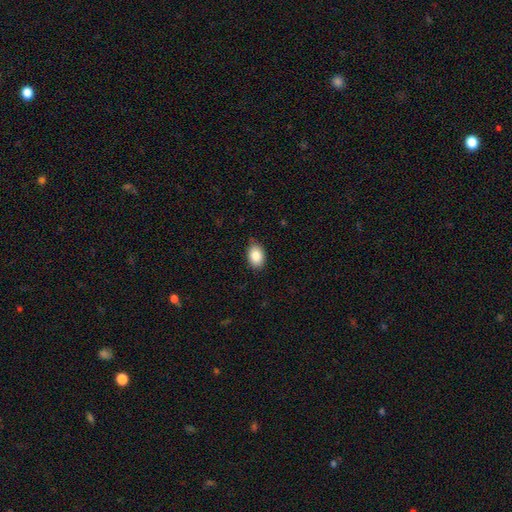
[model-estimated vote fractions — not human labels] This appears to be a smooth galaxy with no disk features (86%) that is in between round and cigar-shaped (83%). Merging: none (83%).